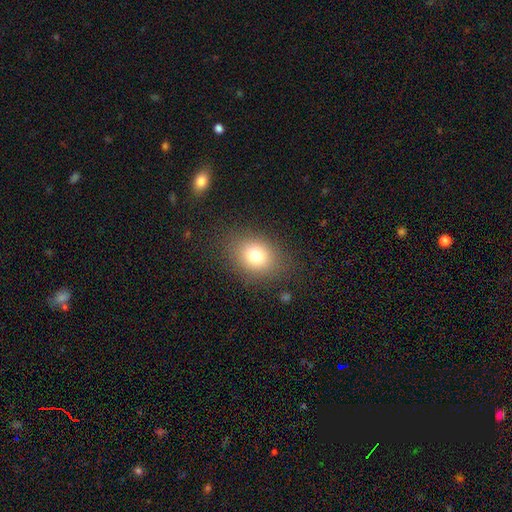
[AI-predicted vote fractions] Smooth or featured?
  - smooth: 76% *
  - star or artifact: 13%
  - featured or disk: 11%
How rounded?
  - round: 51% *
  - in between: 48%
  - cigar-shaped: 1%
Merging?
  - none: 81% *
  - minor disturbance: 12%
  - major disturbance: 6%
  - merger: 1%